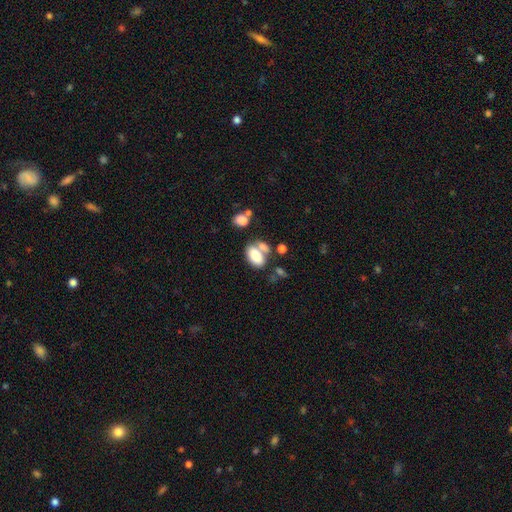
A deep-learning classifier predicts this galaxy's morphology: smooth-or-featured: smooth: 79% | featured or disk: 13% | star or artifact: 9%
  how-rounded: in between: 90% | round: 8% | cigar-shaped: 2%
  merging: none: 41% | merger: 38% | minor disturbance: 14% | major disturbance: 7%